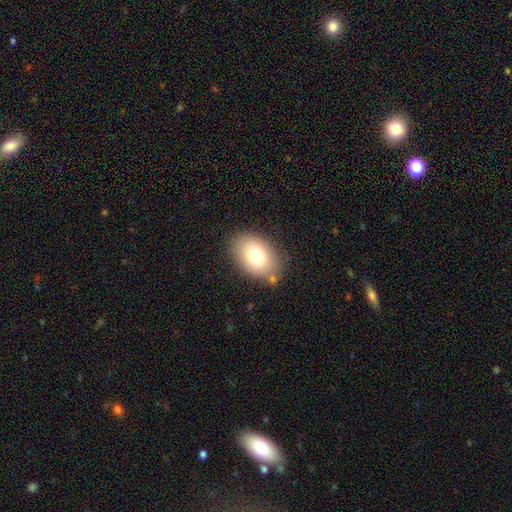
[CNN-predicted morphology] smooth-or-featured: smooth: 79% | featured or disk: 12% | star or artifact: 8%
  how-rounded: in between: 86% | round: 13% | cigar-shaped: 1%
  merging: none: 79% | minor disturbance: 14% | merger: 4% | major disturbance: 4%